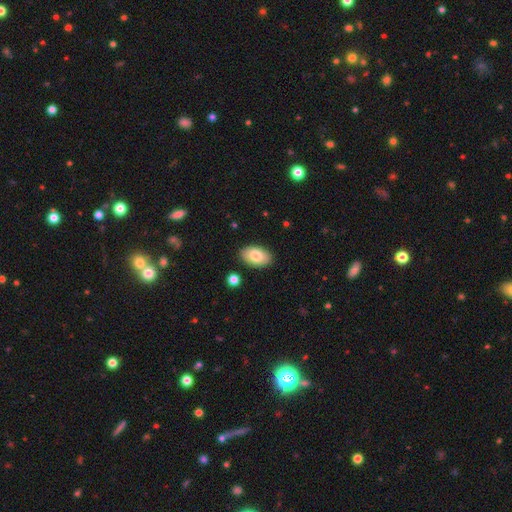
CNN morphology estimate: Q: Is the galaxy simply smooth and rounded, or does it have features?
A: smooth — 83%.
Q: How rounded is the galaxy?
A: in between — 94%.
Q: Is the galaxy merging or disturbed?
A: none — 87%.